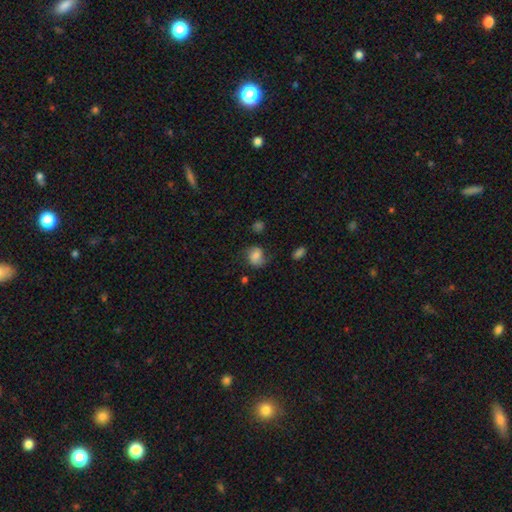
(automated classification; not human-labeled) A smooth galaxy with no disk features (56%) that is round (54%). Merging: none (61%).